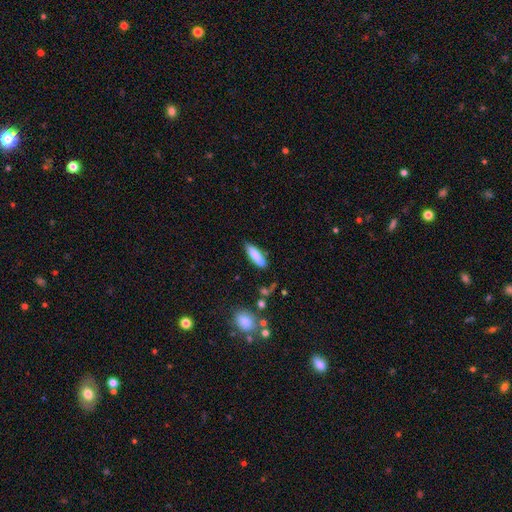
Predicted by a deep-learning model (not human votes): A smooth galaxy with no disk features (79%) that is cigar-shaped (59%).

Vote fractions:
- Smooth or featured? smooth: 79% / featured or disk: 14% / star or artifact: 7%
- How rounded? cigar-shaped: 59% / in between: 39% / round: 2%
- Merging? none: 73% / minor disturbance: 16% / merger: 7% / major disturbance: 4%